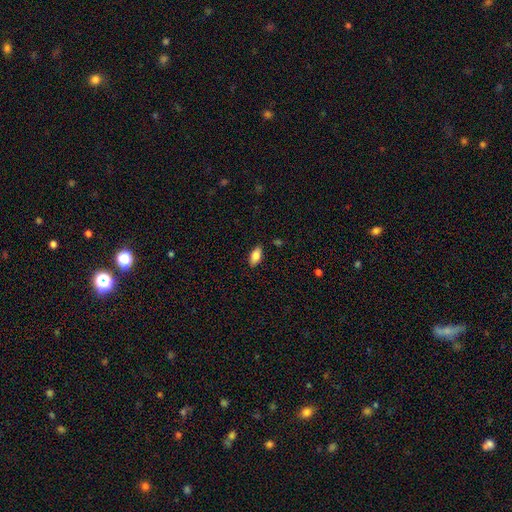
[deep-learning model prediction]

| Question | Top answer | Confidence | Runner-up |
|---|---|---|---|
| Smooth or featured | smooth | 81% | featured or disk (12%) |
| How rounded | in between | 90% | cigar-shaped (8%) |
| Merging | none | 86% | minor disturbance (10%) |